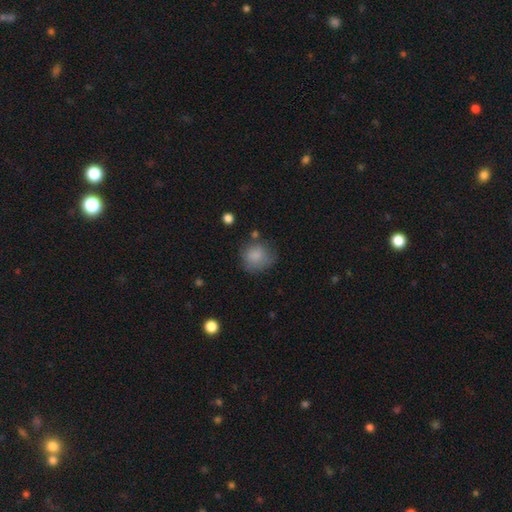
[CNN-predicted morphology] Smooth or featured?
  - smooth: 81% *
  - featured or disk: 10%
  - star or artifact: 9%
How rounded?
  - round: 79% *
  - in between: 20%
  - cigar-shaped: 1%
Merging?
  - none: 59% *
  - minor disturbance: 26%
  - major disturbance: 11%
  - merger: 4%